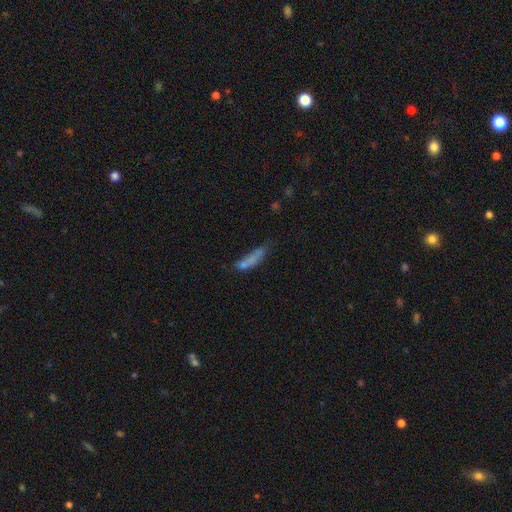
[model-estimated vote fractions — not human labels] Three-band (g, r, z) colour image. It shows a smooth galaxy with no disk features (55%) that is cigar-shaped (74%). Merging: none (61%).